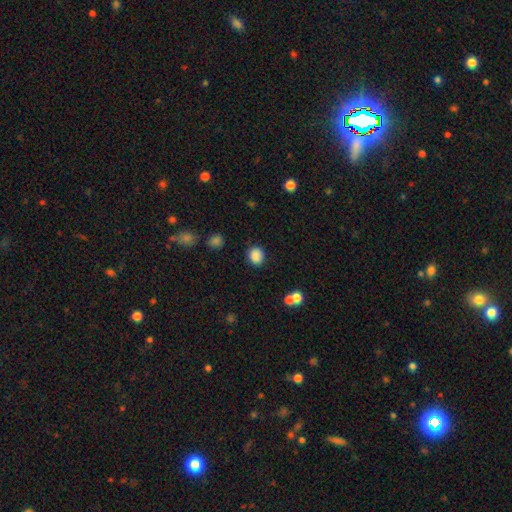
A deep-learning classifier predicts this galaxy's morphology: The model was most divided on "how rounded": round: 65%, in between: 34%, cigar-shaped: 1%. More confident: smooth or featured — smooth (86%); merging — none (84%).